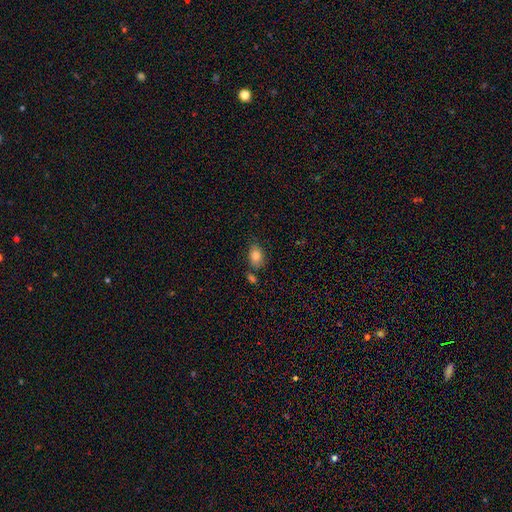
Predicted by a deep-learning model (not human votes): smooth_or_featured: smooth (p=0.84) [alt: star or artifact p=0.09]
how_rounded: in between (p=0.80) [alt: round p=0.19]
merging: none (p=0.68) [alt: minor disturbance p=0.17]